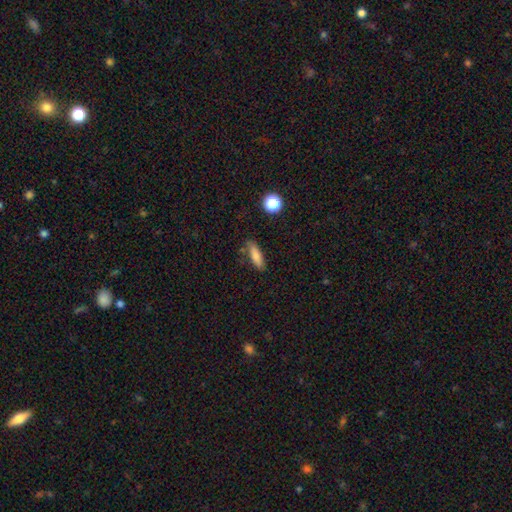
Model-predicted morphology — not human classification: smooth_or_featured: smooth (p=0.80) [alt: featured or disk p=0.12]
how_rounded: cigar-shaped (p=0.50) [alt: in between p=0.47]
merging: none (p=0.77) [alt: minor disturbance p=0.15]